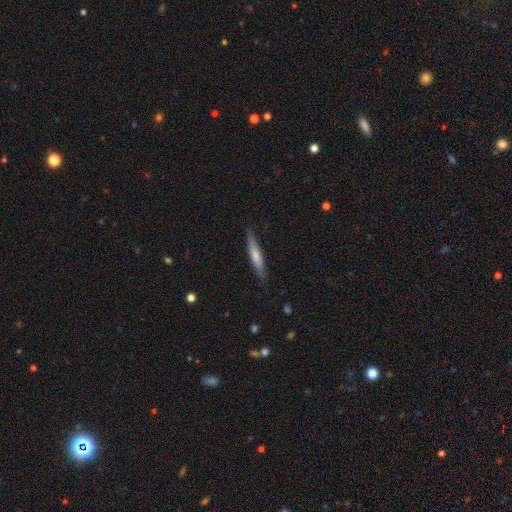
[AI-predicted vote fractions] Morphology: type=smooth (66%); roundness=cigar-shaped (91%); merging=none (85%).